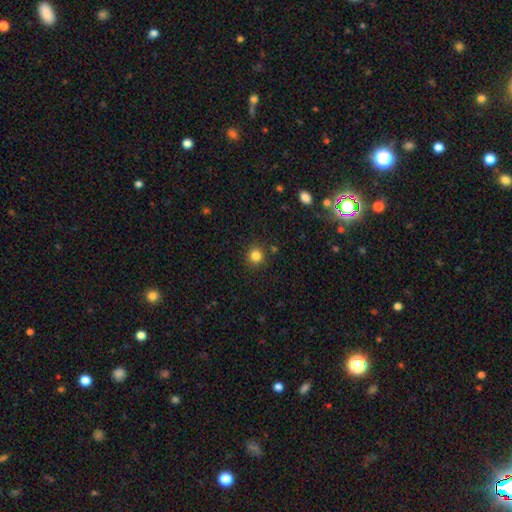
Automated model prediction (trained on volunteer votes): Smooth or featured? smooth (83%)
How rounded? round (91%)
Merging? none (88%)